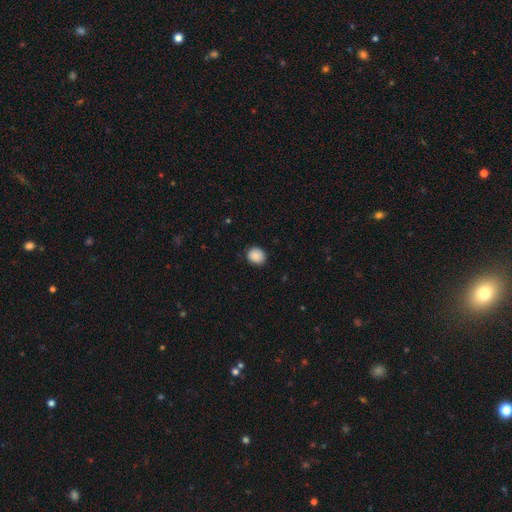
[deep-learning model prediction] Smooth or featured: smooth — 88% (star or artifact — 8%)
How rounded: round — 73% (in between — 26%)
Merging: none — 86% (minor disturbance — 11%)